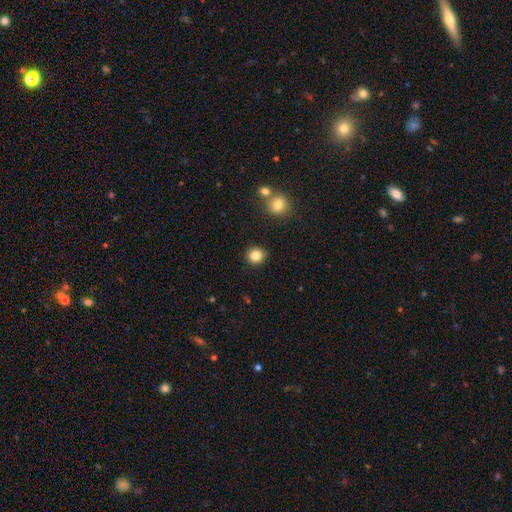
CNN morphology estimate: The model was most divided on "smooth or featured": smooth: 84%, star or artifact: 11%, featured or disk: 5%. More confident: merging — none (89%); how rounded — round (88%).